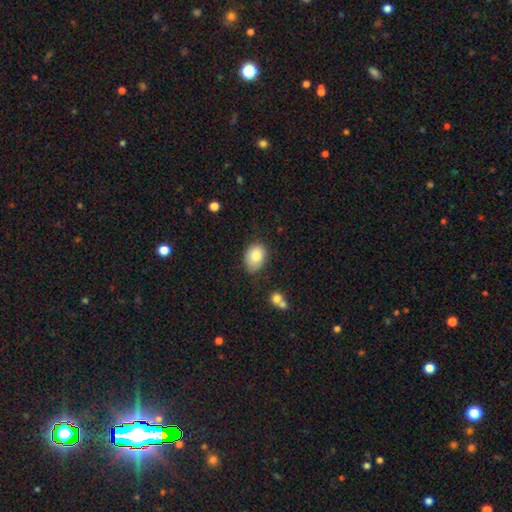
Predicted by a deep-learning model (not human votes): Q: Smooth or featured?
A: smooth (84%); runner-up: featured or disk (8%)
Q: How rounded?
A: in between (75%); runner-up: round (24%)
Q: Merging?
A: none (62%); runner-up: minor disturbance (29%)